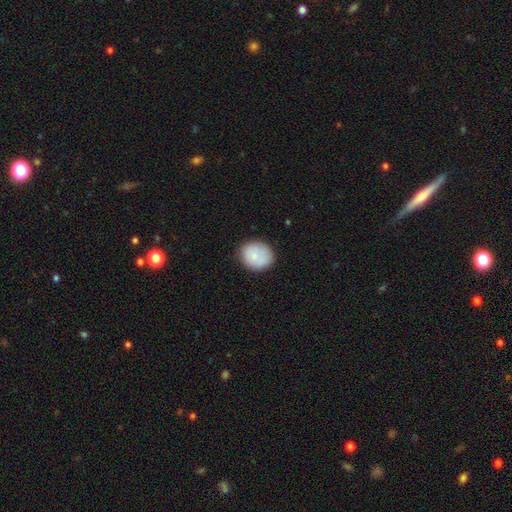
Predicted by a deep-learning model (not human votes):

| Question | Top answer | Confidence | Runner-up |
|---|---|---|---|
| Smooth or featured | smooth | 82% | featured or disk (10%) |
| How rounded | round | 72% | in between (27%) |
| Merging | none | 82% | minor disturbance (14%) |